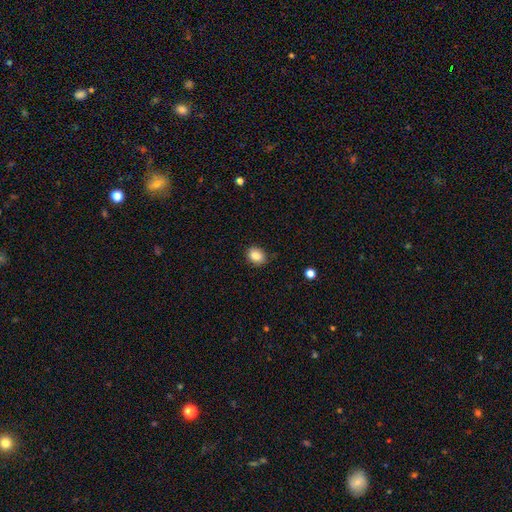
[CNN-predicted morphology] smooth 85%, star or artifact 9%, featured or disk 6%. Down the decision tree: how rounded — in between (51%); merging — none (85%).